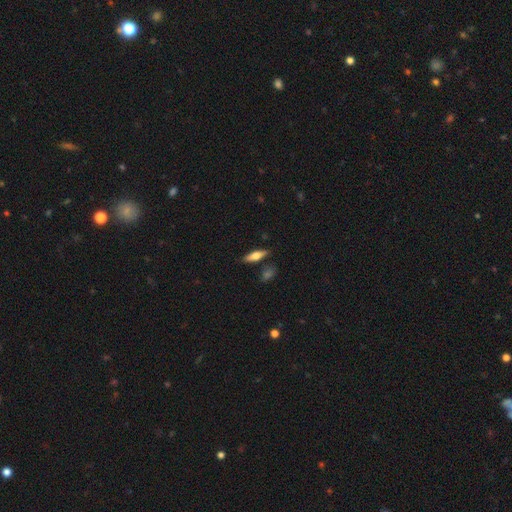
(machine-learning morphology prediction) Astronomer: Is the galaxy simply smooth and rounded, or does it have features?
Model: smooth — 55% (runner-up: featured or disk, 38%).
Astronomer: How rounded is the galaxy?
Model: cigar-shaped — 56% (runner-up: in between, 41%).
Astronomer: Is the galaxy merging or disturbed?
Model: none — 81%.